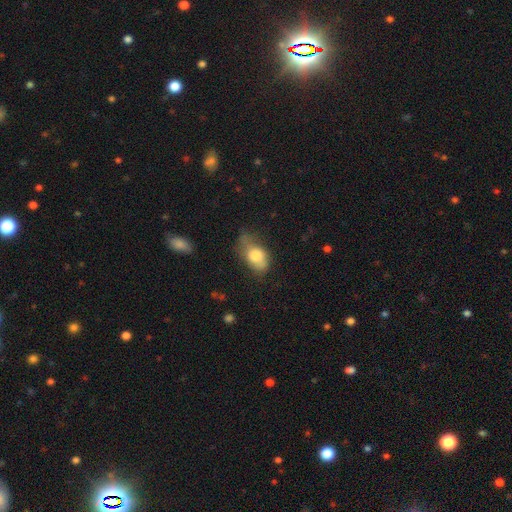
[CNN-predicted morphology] smooth-or-featured: smooth: 78% | featured or disk: 15% | star or artifact: 8%
  how-rounded: in between: 87% | round: 11% | cigar-shaped: 3%
  merging: minor disturbance: 38% | none: 35% | major disturbance: 23% | merger: 4%